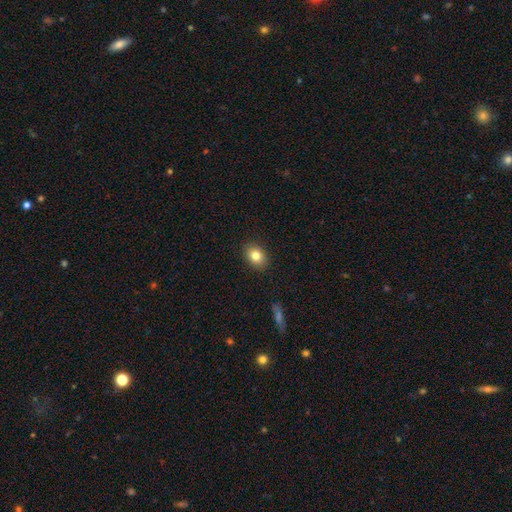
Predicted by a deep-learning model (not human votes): Smooth or featured? Predicted: smooth (p=0.81). How rounded? Predicted: in between (p=0.67). Merging? Predicted: none (p=0.89).